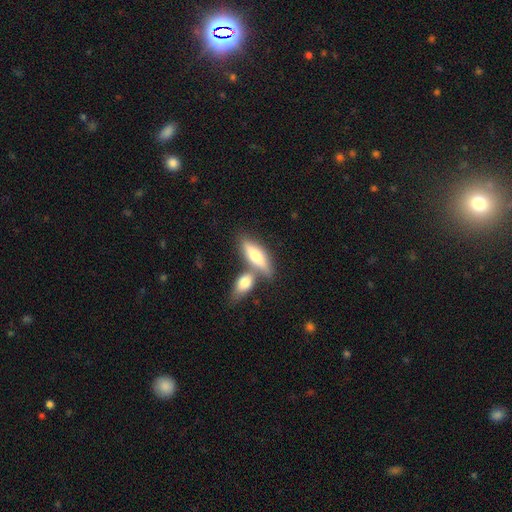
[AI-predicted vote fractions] Smooth or featured: smooth — 61% (featured or disk — 33%)
How rounded: in between — 54% (cigar-shaped — 43%)
Merging: none — 45% (merger — 41%)